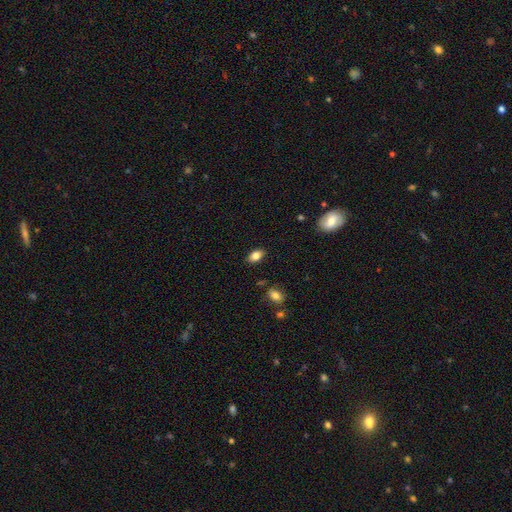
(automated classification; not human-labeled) smooth 81%, featured or disk 10%, star or artifact 9%. Down the decision tree: how rounded — in between (88%); merging — none (86%).